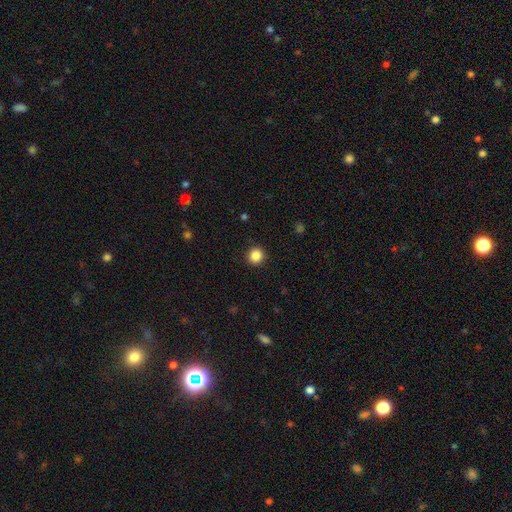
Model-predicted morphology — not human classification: A smooth galaxy with no disk features (85%) that is round (94%). Merging: none (92%).